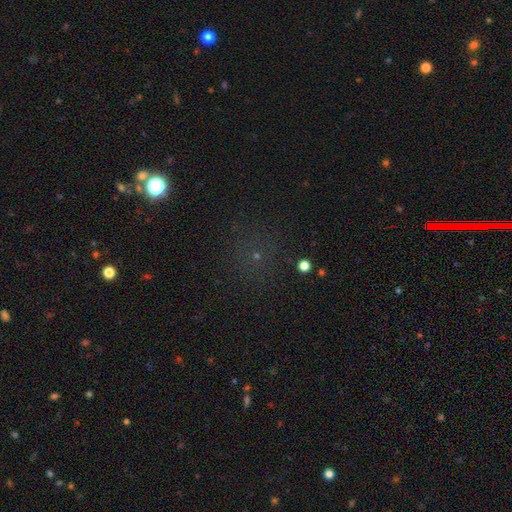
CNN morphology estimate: smooth-or-featured: star or artifact: 46% | smooth: 43% | featured or disk: 11%